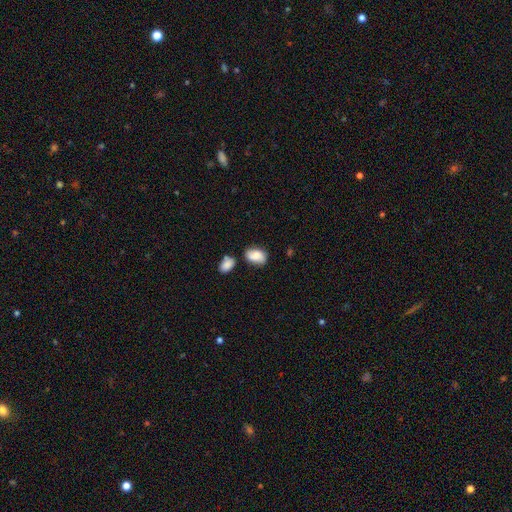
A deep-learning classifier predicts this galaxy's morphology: Smooth or featured? smooth (82%)
How rounded? in between (88%)
Merging? none (56%)